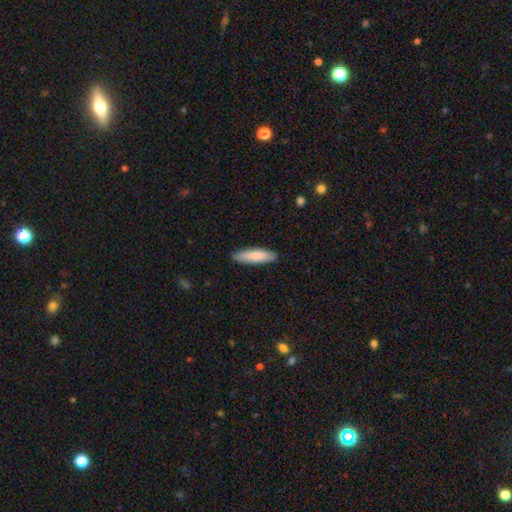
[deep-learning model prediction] smooth 83%, featured or disk 12%, star or artifact 5%. Down the decision tree: how rounded — cigar-shaped (67%); merging — none (88%).